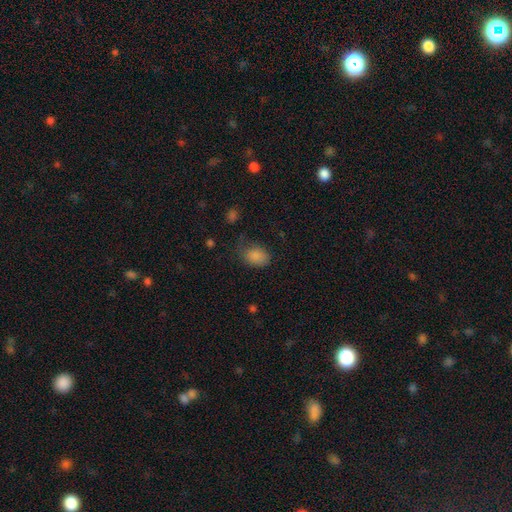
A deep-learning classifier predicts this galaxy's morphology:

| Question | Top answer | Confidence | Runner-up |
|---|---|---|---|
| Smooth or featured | smooth | 85% | star or artifact (10%) |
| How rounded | in between | 75% | round (24%) |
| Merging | none | 51% | minor disturbance (30%) |